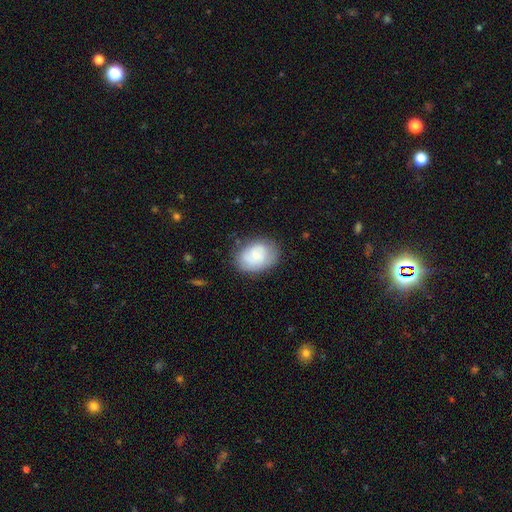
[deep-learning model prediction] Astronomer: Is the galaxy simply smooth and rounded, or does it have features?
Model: smooth — 64%.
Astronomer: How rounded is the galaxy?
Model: in between — 67%.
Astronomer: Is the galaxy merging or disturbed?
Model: none — 75%.